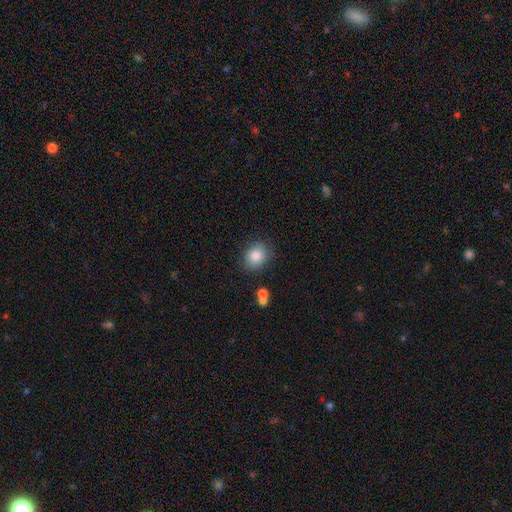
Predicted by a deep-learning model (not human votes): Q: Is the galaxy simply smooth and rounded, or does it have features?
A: smooth — 84%.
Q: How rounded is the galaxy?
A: round — 53%.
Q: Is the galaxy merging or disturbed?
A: none — 80%.